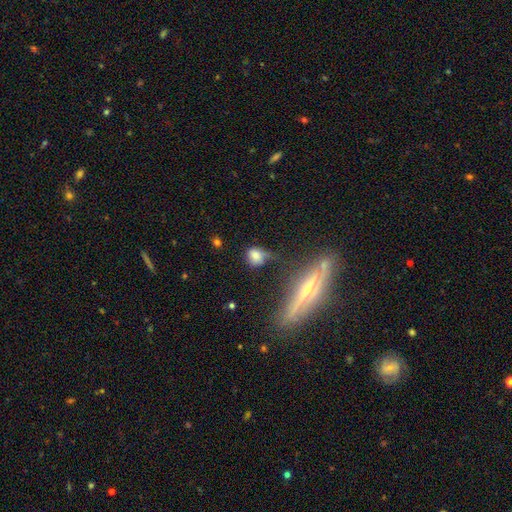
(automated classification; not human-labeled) smooth-or-featured: smooth: 65% | featured or disk: 21% | star or artifact: 14%
  how-rounded: round: 58% | in between: 38% | cigar-shaped: 4%
  merging: none: 42% | minor disturbance: 31% | major disturbance: 18% | merger: 9%